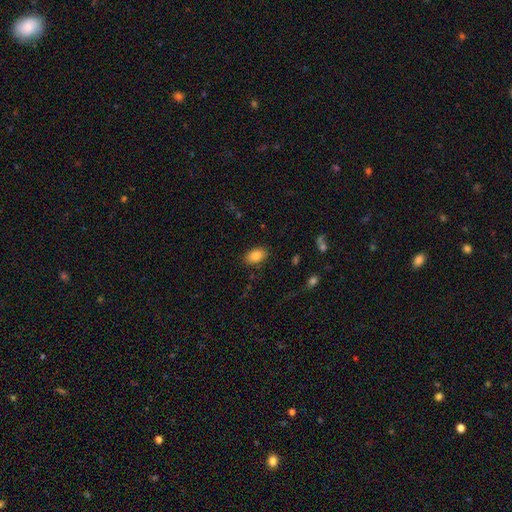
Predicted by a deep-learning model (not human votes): Q: Smooth or featured?
A: smooth (83%); runner-up: featured or disk (8%)
Q: How rounded?
A: in between (90%); runner-up: round (8%)
Q: Merging?
A: none (85%); runner-up: minor disturbance (10%)